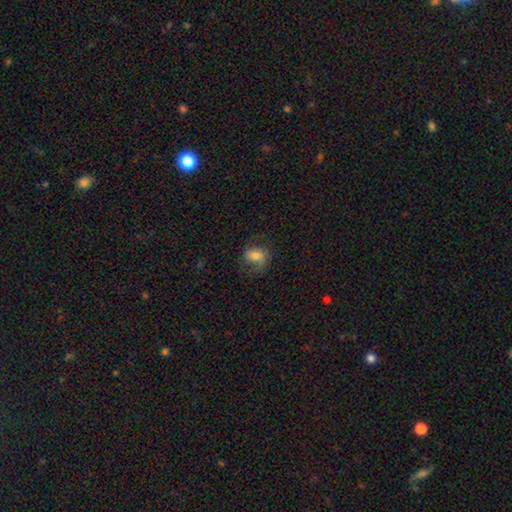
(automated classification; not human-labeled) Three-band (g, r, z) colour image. It shows a smooth galaxy with no disk features (65%) that is in between round and cigar-shaped (61%). Merging: none (66%).